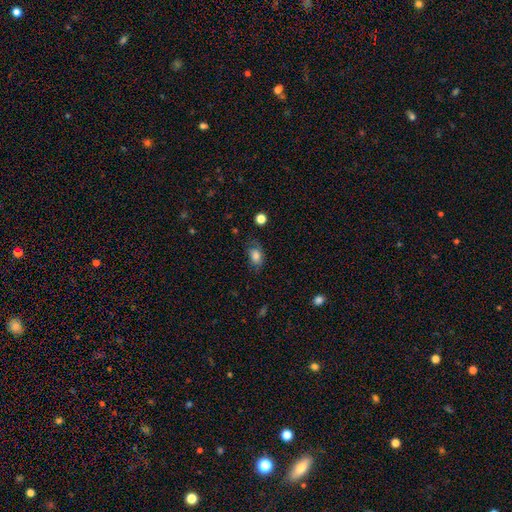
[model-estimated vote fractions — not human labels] smooth-or-featured: smooth: 79% | featured or disk: 11% | star or artifact: 10%
  how-rounded: in between: 80% | round: 18% | cigar-shaped: 2%
  merging: none: 64% | minor disturbance: 25% | major disturbance: 9% | merger: 2%